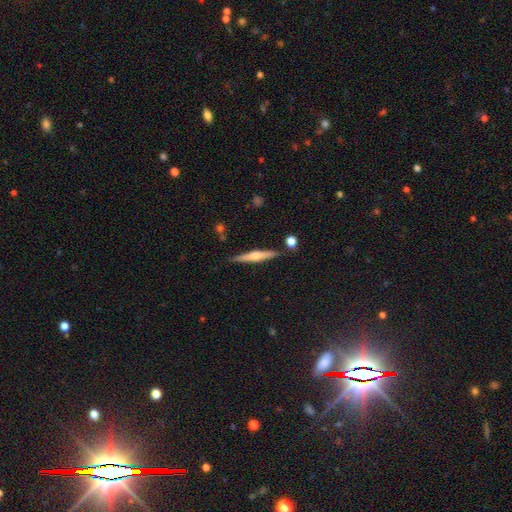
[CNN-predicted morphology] featured or disk 57%, smooth 37%, star or artifact 6%. Down the decision tree: edge-on disk — yes (97%); edge-on bulge — rounded (78%); merging — none (85%).